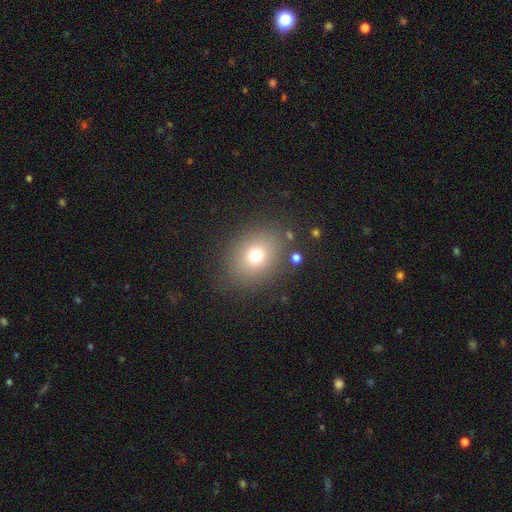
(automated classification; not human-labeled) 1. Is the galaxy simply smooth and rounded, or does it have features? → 72% smooth, 16% star or artifact, 12% featured or disk.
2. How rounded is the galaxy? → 59% round, 40% in between, 1% cigar-shaped.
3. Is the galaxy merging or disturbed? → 83% none, 10% minor disturbance, 5% major disturbance, 2% merger.